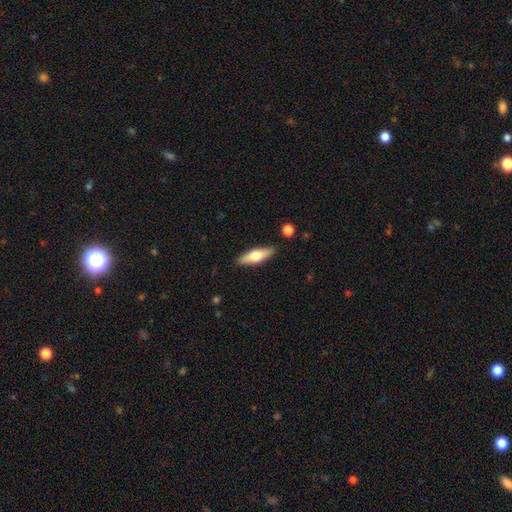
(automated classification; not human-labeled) Q: Smooth or featured?
A: smooth (56%); runner-up: featured or disk (39%)
Q: How rounded?
A: cigar-shaped (52%); runner-up: in between (46%)
Q: Merging?
A: none (87%); runner-up: minor disturbance (9%)